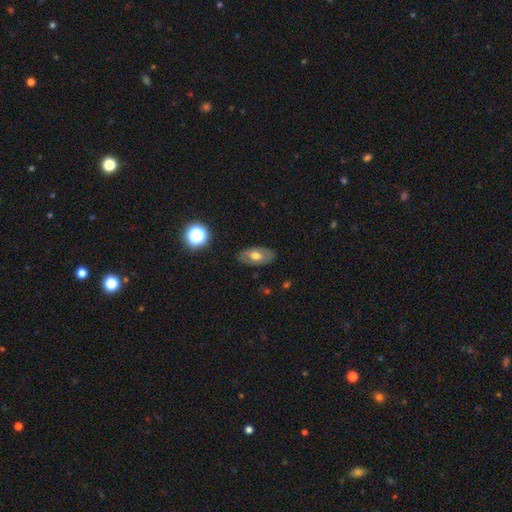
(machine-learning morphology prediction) This is possibly a smooth galaxy (57%). How rounded: clearly in between (90%). Merging: clearly none (82%).